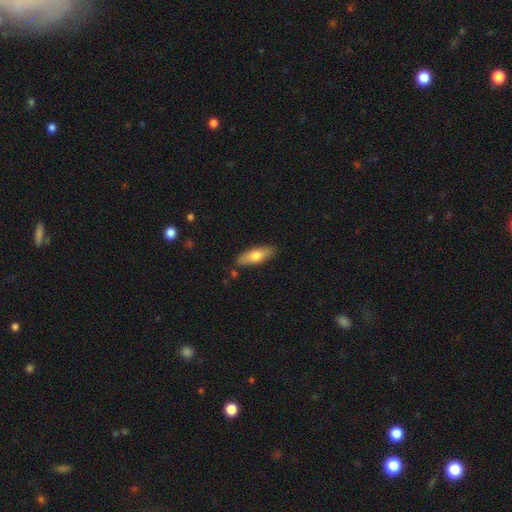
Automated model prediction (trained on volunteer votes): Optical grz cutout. It shows a smooth galaxy with no disk features (70%) that is in between round and cigar-shaped (59%). Merging: none (83%).